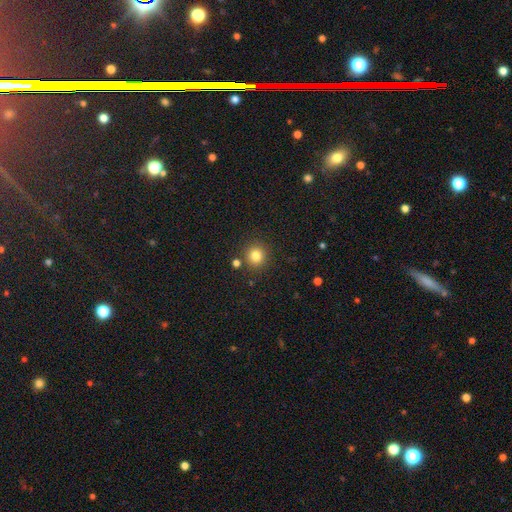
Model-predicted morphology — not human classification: Smooth or featured? smooth (81%)
How rounded? round (92%)
Merging? none (86%)